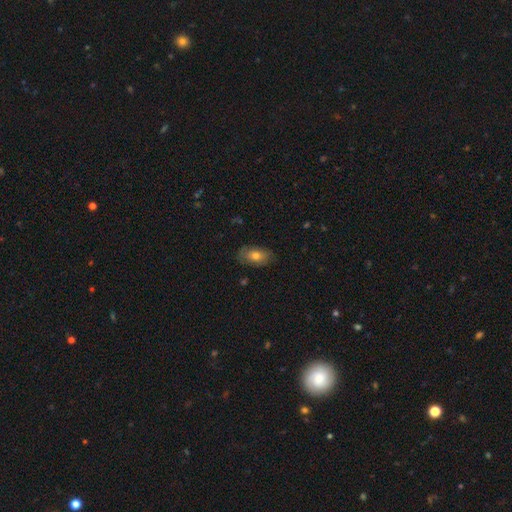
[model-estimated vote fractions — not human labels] smooth-or-featured: smooth: 67% | featured or disk: 25% | star or artifact: 8%
  how-rounded: in between: 89% | round: 8% | cigar-shaped: 3%
  merging: none: 77% | minor disturbance: 18% | major disturbance: 4% | merger: 1%